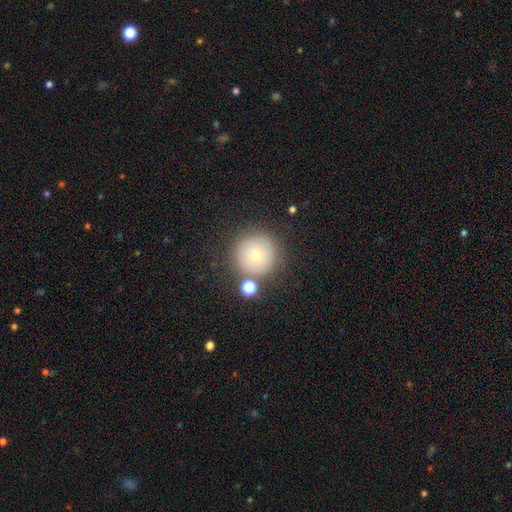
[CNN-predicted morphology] smooth-or-featured: smooth: 66% | featured or disk: 20% | star or artifact: 14%
  how-rounded: round: 96% | in between: 3% | cigar-shaped: 1%
  merging: none: 78% | minor disturbance: 10% | merger: 8% | major disturbance: 4%